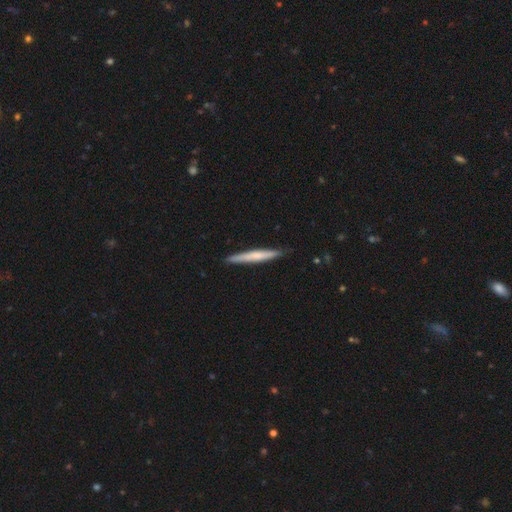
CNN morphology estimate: Q: Smooth or featured?
A: smooth (57%); runner-up: featured or disk (38%)
Q: How rounded?
A: cigar-shaped (96%); runner-up: in between (3%)
Q: Merging?
A: none (88%); runner-up: minor disturbance (9%)